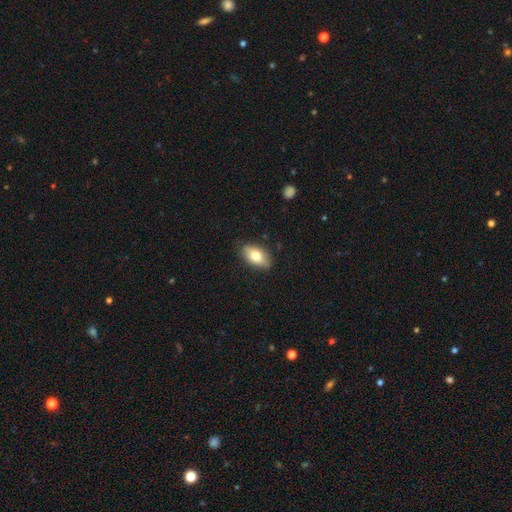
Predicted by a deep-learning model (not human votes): A smooth galaxy with no disk features (71%) that is in between round and cigar-shaped (88%). Merging: none (81%).